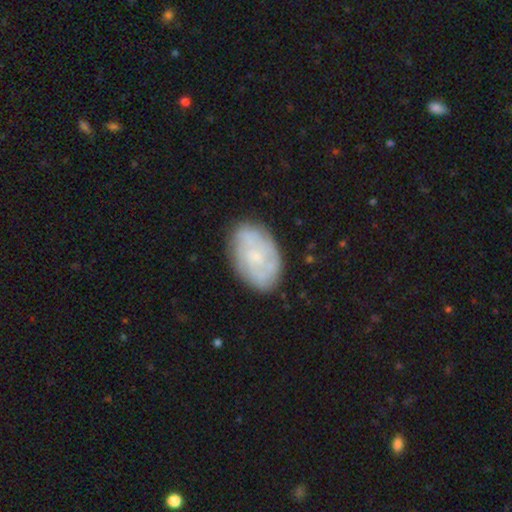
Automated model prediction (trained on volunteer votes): smooth-or-featured: featured or disk: 50% | smooth: 43% | star or artifact: 7%
  merging: none: 78% | minor disturbance: 16% | major disturbance: 4% | merger: 2%